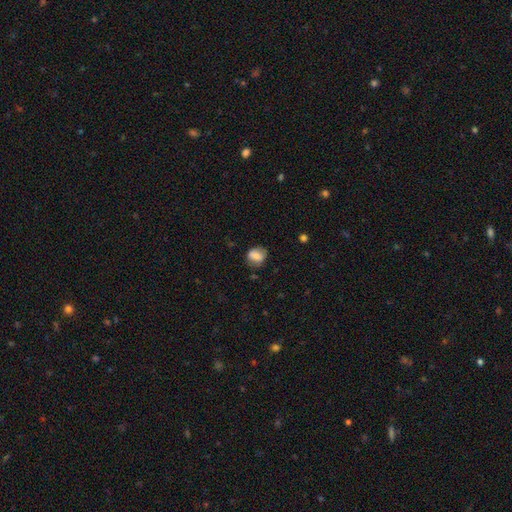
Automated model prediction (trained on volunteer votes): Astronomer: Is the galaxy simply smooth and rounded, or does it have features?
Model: smooth — 75%.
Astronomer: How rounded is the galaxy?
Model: in between — 49%, tied with round at 49%.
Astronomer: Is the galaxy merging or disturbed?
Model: none — 66%.